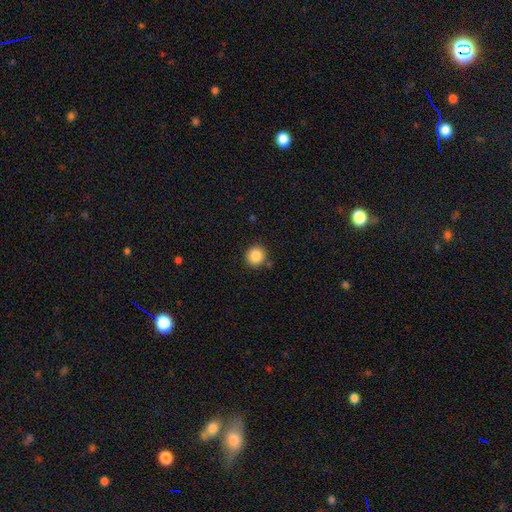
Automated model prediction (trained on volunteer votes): smooth 86%, star or artifact 10%, featured or disk 4%. Down the decision tree: how rounded — round (93%); merging — none (87%).